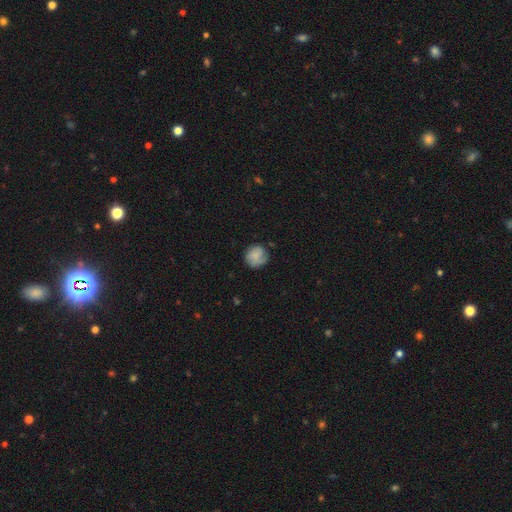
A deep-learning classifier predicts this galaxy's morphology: The model was most divided on "smooth or featured": smooth: 64%, featured or disk: 29%, star or artifact: 8%. More confident: how rounded — round (86%); merging — none (69%).